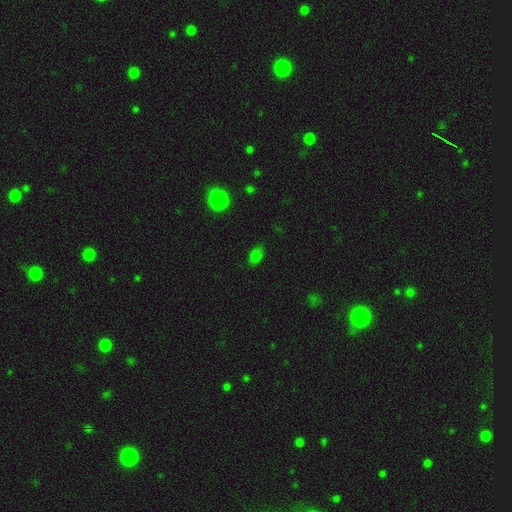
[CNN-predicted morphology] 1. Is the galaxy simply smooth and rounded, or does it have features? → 75% smooth, 20% star or artifact, 6% featured or disk.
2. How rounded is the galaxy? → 79% in between, 19% round, 2% cigar-shaped.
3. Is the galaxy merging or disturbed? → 79% none, 15% minor disturbance, 4% major disturbance, 2% merger.